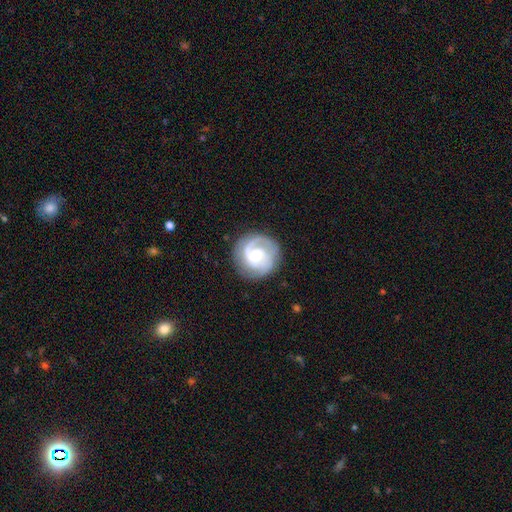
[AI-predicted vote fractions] A featured or disk galaxy (79%) with a weak bar (45%), 2 (52%) tight (50%) spiral arms (95%) and a moderate central bulge (45%). Merging: none (79%).